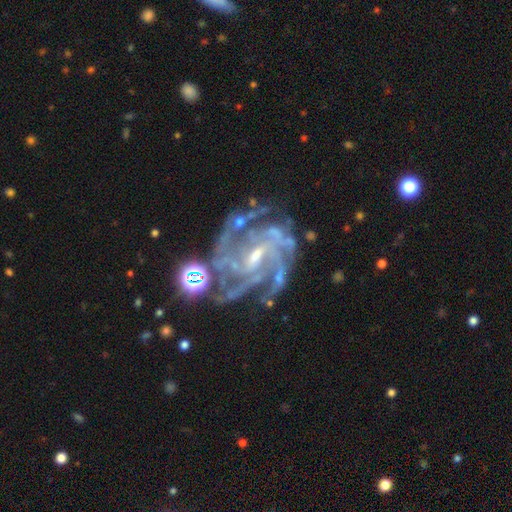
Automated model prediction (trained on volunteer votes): Q: Smooth or featured?
A: featured or disk (90%); runner-up: star or artifact (7%)
Q: Edge-on disk?
A: no (98%); runner-up: yes (2%)
Q: Bar?
A: weak (50%); runner-up: strong (28%)
Q: Spiral arms?
A: yes (98%); runner-up: no (2%)
Q: Spiral winding?
A: tight (53%); runner-up: medium (40%)
Q: Spiral arm count?
A: 4 (29%); runner-up: 3 (21%)
Q: Bulge size?
A: small (63%); runner-up: moderate (29%)
Q: Merging?
A: none (65%); runner-up: minor disturbance (18%)